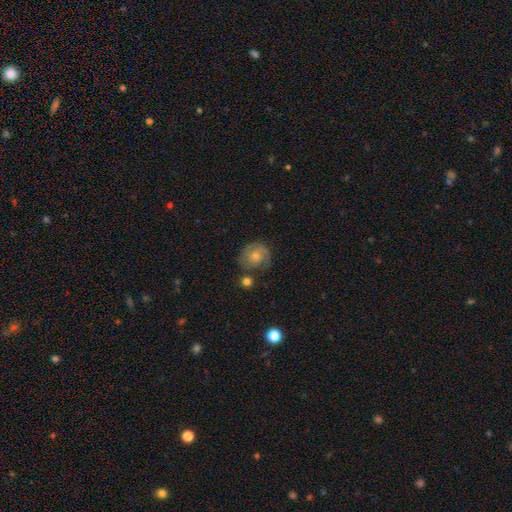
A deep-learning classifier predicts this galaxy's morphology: A featured or disk galaxy (61%) with no bar (75%), 2 (49%) tight (55%) spiral arms (88%) and a moderate central bulge (47%).

Vote fractions:
- Smooth or featured? featured or disk: 61% / smooth: 32% / star or artifact: 8%
- Edge-on disk? no: 98% / yes: 2%
- Bar? no: 75% / weak: 23% / strong: 3%
- Spiral arms? yes: 88% / no: 12%
- Spiral winding? tight: 55% / medium: 33% / loose: 12%
- Spiral arm count? 2: 49% / can't tell: 20% / 1: 19% / 3: 7% / 4: 2% / more than 4: 2%
- Bulge size? moderate: 47% / small: 43% / none: 5% / large: 4% / dominant: 1%
- Merging? none: 63% / minor disturbance: 21% / major disturbance: 10% / merger: 6%